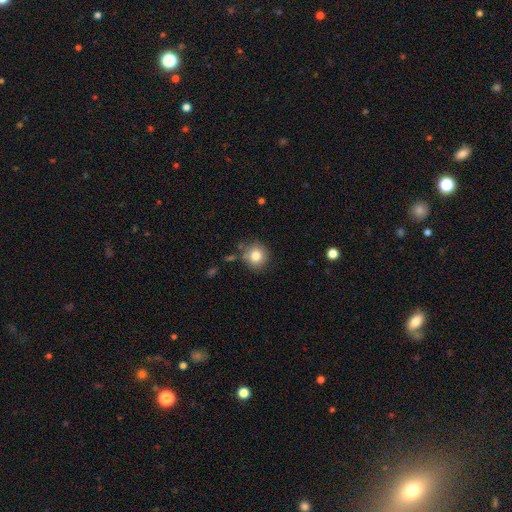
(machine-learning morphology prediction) Smooth or featured? smooth (81%)
How rounded? round (88%)
Merging? none (79%)